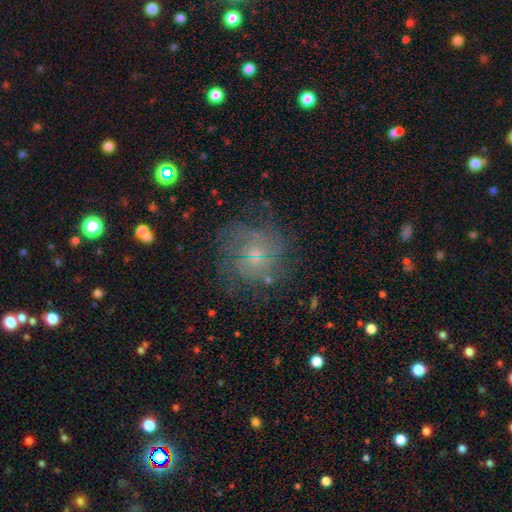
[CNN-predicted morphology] Q: Smooth or featured?
A: featured or disk (57%); runner-up: smooth (29%)
Q: Edge-on disk?
A: no (98%); runner-up: yes (2%)
Q: Bar?
A: no (66%); runner-up: weak (30%)
Q: Spiral arms?
A: yes (73%); runner-up: no (27%)
Q: Bulge size?
A: small (64%); runner-up: none (18%)
Q: Merging?
A: none (63%); runner-up: minor disturbance (18%)